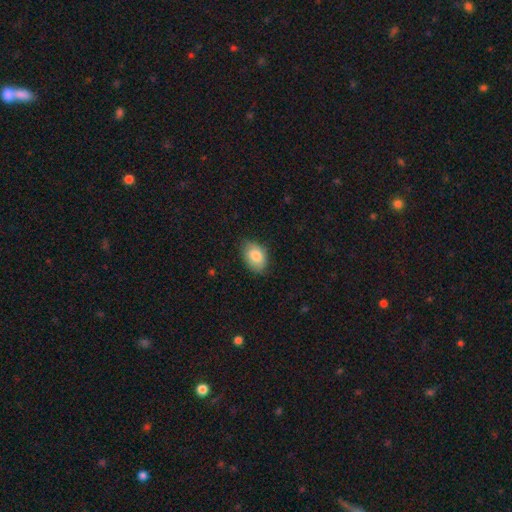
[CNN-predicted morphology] type=smooth (82%); roundness=in between (85%); merging=none (74%).